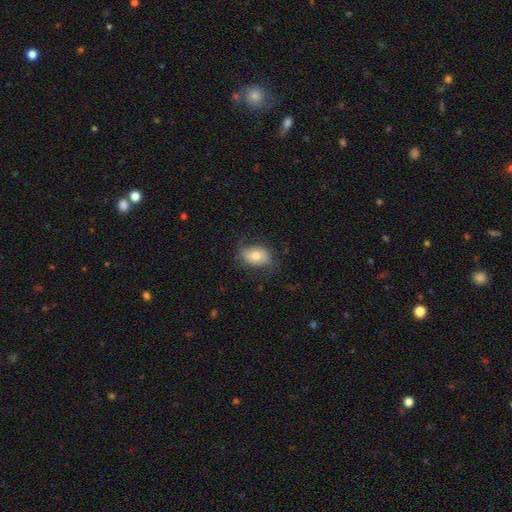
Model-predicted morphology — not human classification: Q: Smooth or featured?
A: smooth (66%); runner-up: featured or disk (26%)
Q: How rounded?
A: in between (86%); runner-up: round (13%)
Q: Merging?
A: none (66%); runner-up: minor disturbance (23%)